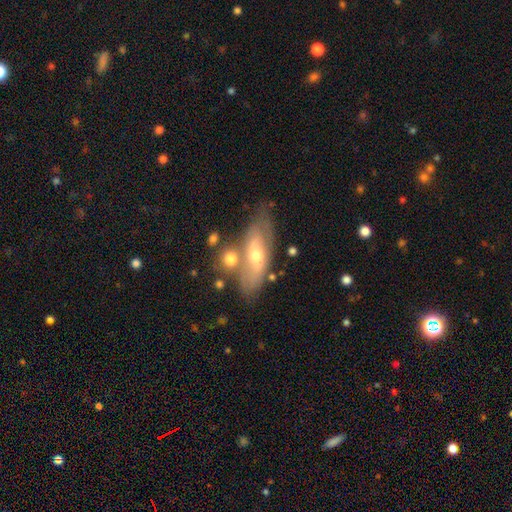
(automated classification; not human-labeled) This appears to be a featured or disk galaxy (54%). Merging: none (57%).